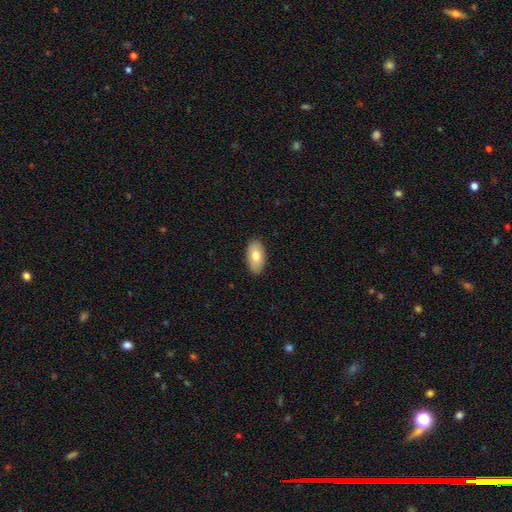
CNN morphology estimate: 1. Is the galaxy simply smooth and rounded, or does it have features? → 75% smooth, 18% featured or disk, 6% star or artifact.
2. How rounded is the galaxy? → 94% in between, 4% round, 2% cigar-shaped.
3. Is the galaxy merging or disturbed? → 88% none, 9% minor disturbance, 2% major disturbance, 1% merger.